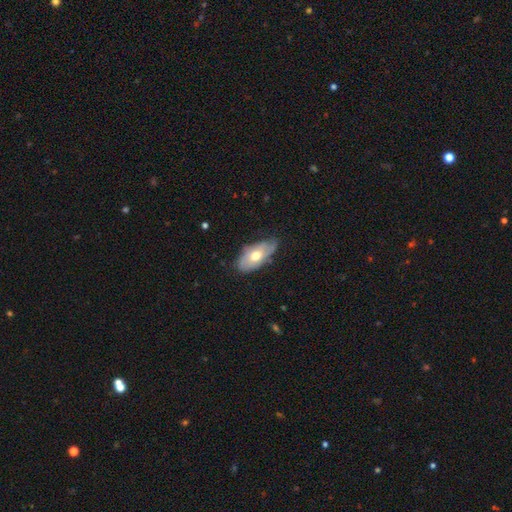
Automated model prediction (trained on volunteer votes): This appears to be a smooth galaxy with no disk features (52%) that is in between round and cigar-shaped (91%). Merging: none (60%).